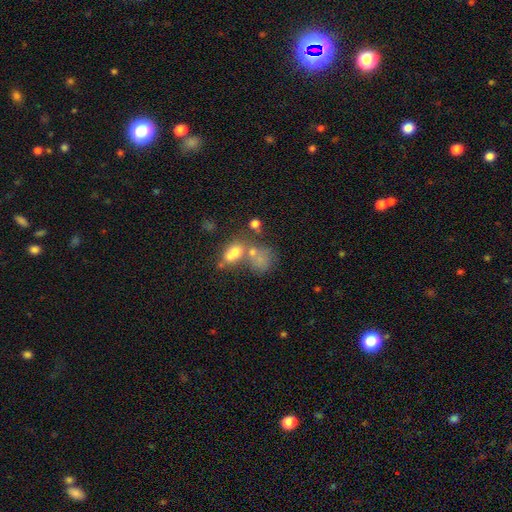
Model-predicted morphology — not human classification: A smooth galaxy with no disk features (62%) that is in between round and cigar-shaped (55%).

Vote fractions:
- Smooth or featured? smooth: 62% / featured or disk: 22% / star or artifact: 16%
- How rounded? in between: 55% / round: 42% / cigar-shaped: 2%
- Merging? merger: 50% / none: 26% / major disturbance: 13% / minor disturbance: 11%